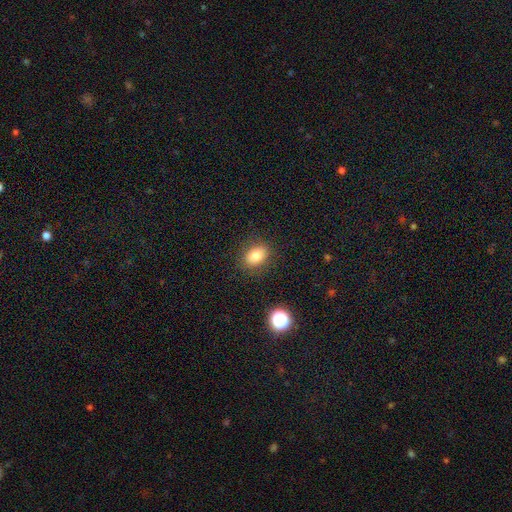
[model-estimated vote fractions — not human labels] Smooth or featured?
  - smooth: 81% *
  - star or artifact: 11%
  - featured or disk: 8%
How rounded?
  - in between: 69% *
  - round: 30%
  - cigar-shaped: 1%
Merging?
  - none: 85% *
  - minor disturbance: 10%
  - major disturbance: 3%
  - merger: 2%